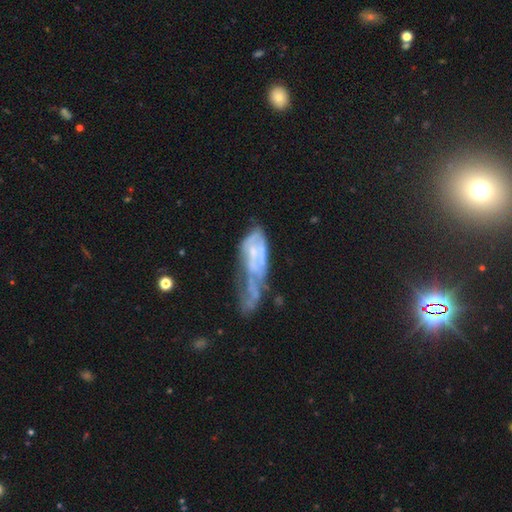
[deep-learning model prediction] A featured or disk galaxy (63%) with no bar (70%), no spiral arms (52%) and a small central bulge (45%). Merging: major disturbance (44%).